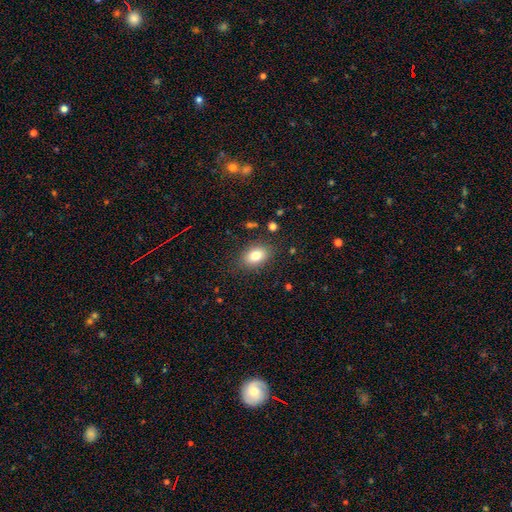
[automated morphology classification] Overall: smooth (81%). How rounded: in between (79%). Merging: none (83%).